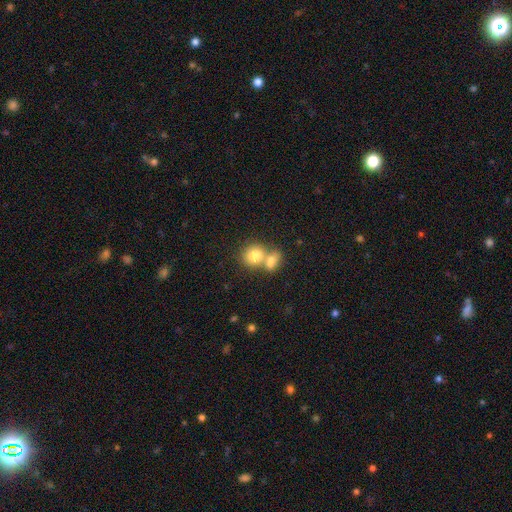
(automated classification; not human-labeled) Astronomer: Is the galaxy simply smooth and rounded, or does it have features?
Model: smooth — 78%.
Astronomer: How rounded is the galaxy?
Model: round — 64%.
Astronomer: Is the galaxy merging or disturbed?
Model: merger — 58%.